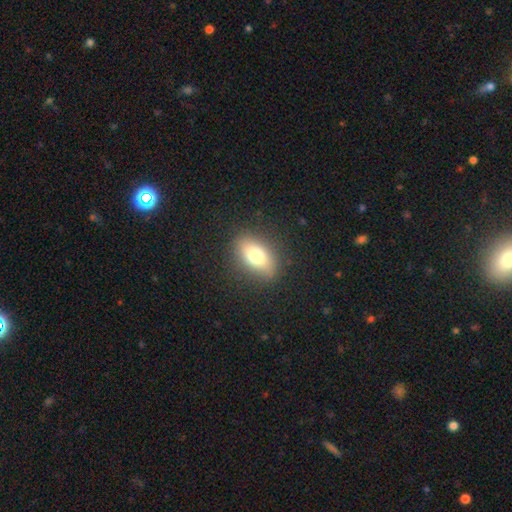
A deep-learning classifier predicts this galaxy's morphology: Smooth or featured? smooth (72%)
How rounded? in between (80%)
Merging? none (85%)